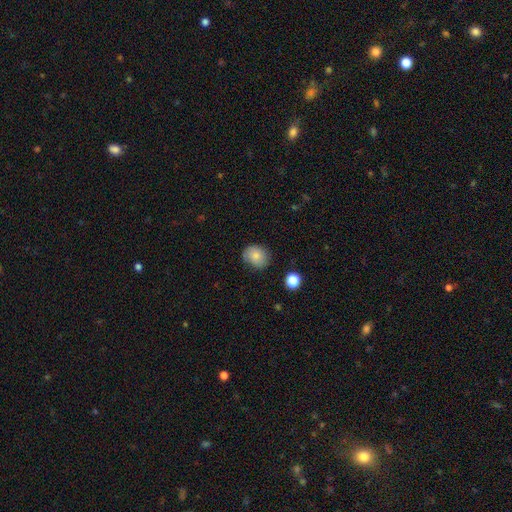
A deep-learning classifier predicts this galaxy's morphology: Smooth or featured?
  - smooth: 79% *
  - featured or disk: 11%
  - star or artifact: 9%
How rounded?
  - round: 63% *
  - in between: 36%
  - cigar-shaped: 1%
Merging?
  - none: 76% *
  - minor disturbance: 18%
  - major disturbance: 4%
  - merger: 2%